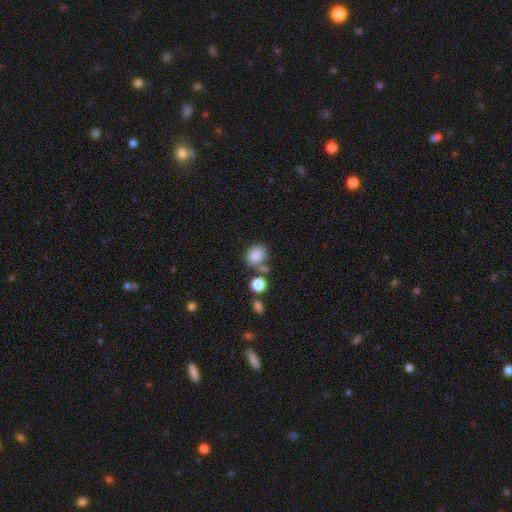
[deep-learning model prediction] Morphology: type=smooth (84%); roundness=round (57%); merging=none (59%).